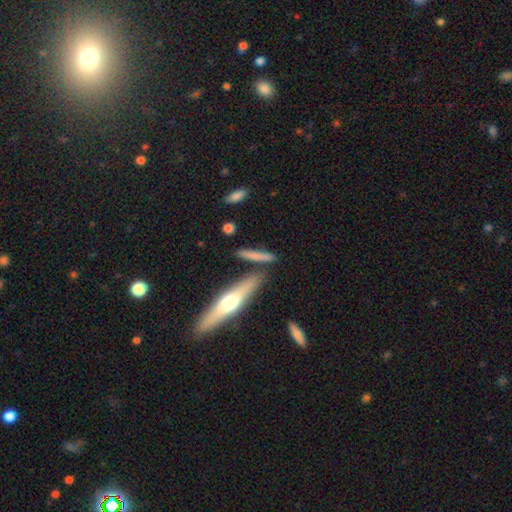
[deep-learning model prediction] Smooth or featured? smooth (62%)
How rounded? cigar-shaped (86%)
Merging? none (72%)